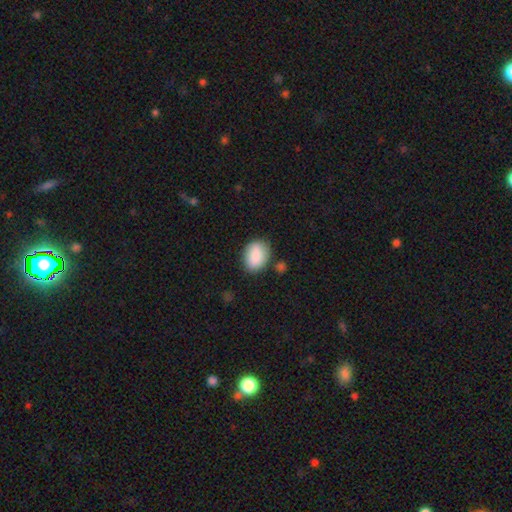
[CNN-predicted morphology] This appears to be a smooth galaxy with no disk features (87%) that is in between round and cigar-shaped (71%). Merging: none (77%).